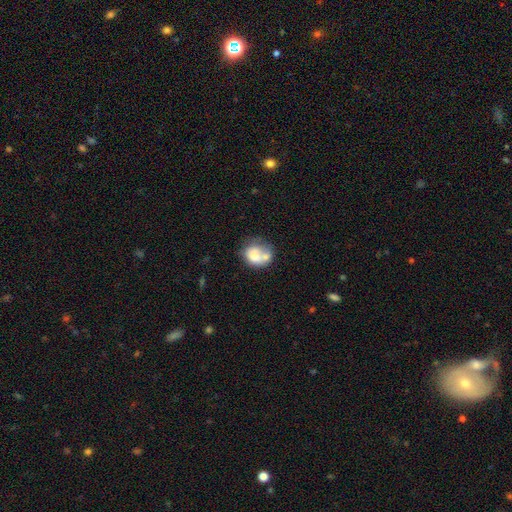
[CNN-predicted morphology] A smooth galaxy with no disk features (64%) that is round (57%). Merging: merger (40%).